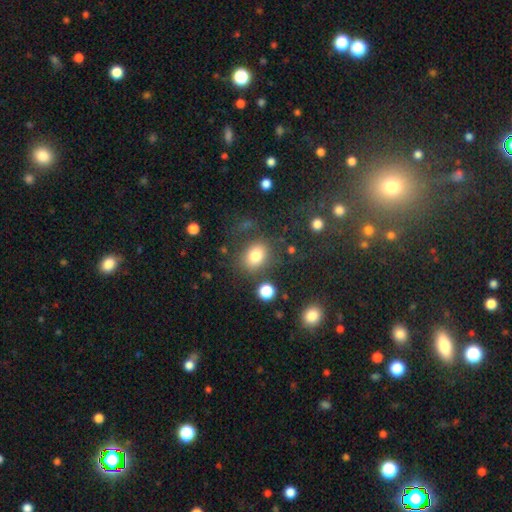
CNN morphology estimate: A smooth galaxy with no disk features (79%) that is in between round and cigar-shaped (52%).

Vote fractions:
- Smooth or featured? smooth: 79% / star or artifact: 12% / featured or disk: 9%
- How rounded? in between: 52% / round: 47% / cigar-shaped: 1%
- Merging? none: 72% / minor disturbance: 14% / major disturbance: 8% / merger: 6%